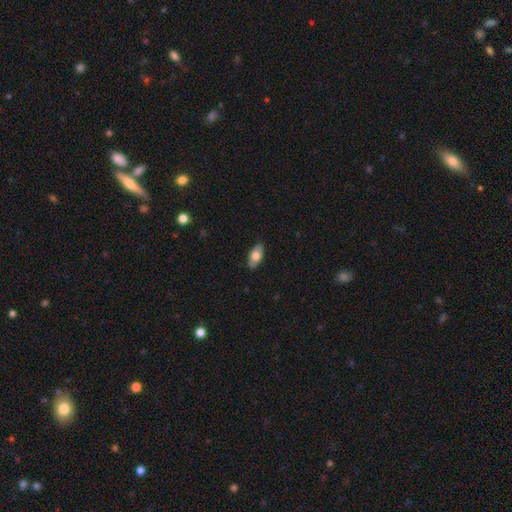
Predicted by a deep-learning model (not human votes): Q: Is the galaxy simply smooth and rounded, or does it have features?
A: smooth — 65%.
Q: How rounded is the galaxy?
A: in between — 90%.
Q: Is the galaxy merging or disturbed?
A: none — 84%.